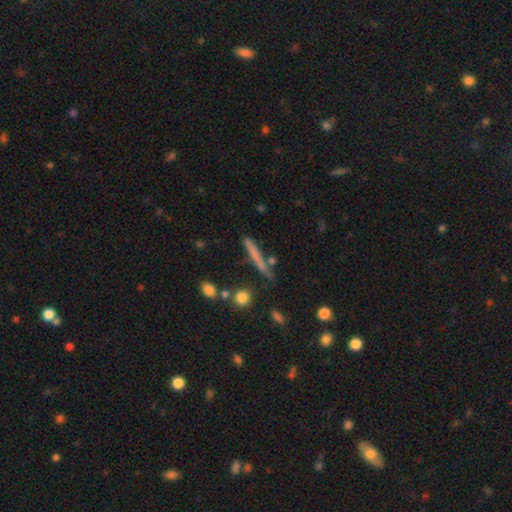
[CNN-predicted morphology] Smooth or featured? Predicted: smooth (p=0.57). How rounded? Predicted: cigar-shaped (p=0.93). Merging? Predicted: none (p=0.79).